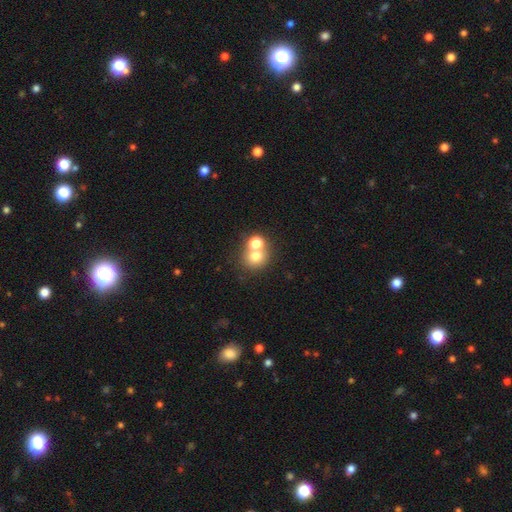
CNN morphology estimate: Smooth or featured? Predicted: smooth (p=0.71). How rounded? Predicted: round (p=0.81). Merging? Predicted: none (p=0.46).